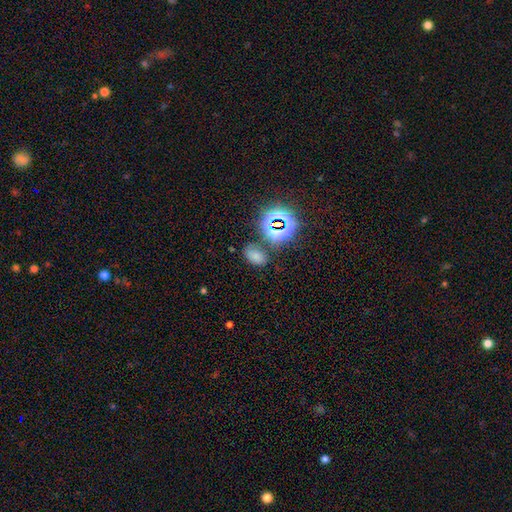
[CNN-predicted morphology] Q: Smooth or featured?
A: smooth (63%); runner-up: star or artifact (29%)
Q: How rounded?
A: in between (86%); runner-up: round (12%)
Q: Merging?
A: none (71%); runner-up: minor disturbance (16%)